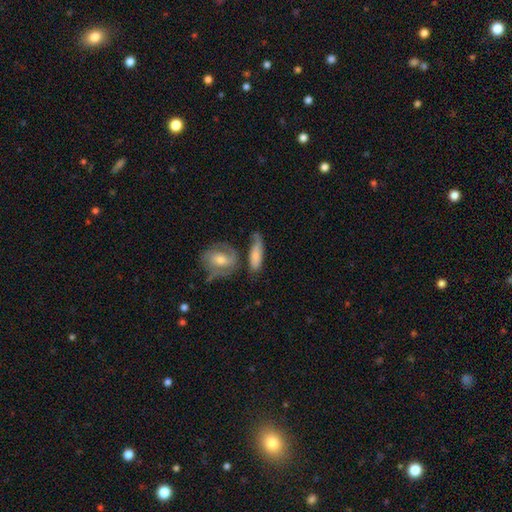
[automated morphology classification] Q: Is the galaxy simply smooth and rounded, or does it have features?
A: smooth — 63%.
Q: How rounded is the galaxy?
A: in between — 56%.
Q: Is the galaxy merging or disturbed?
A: none — 46%.